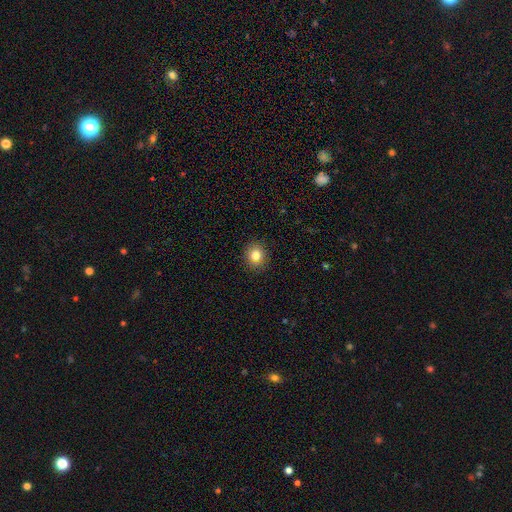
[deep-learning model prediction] Smooth or featured? smooth (81%)
How rounded? round (77%)
Merging? none (90%)